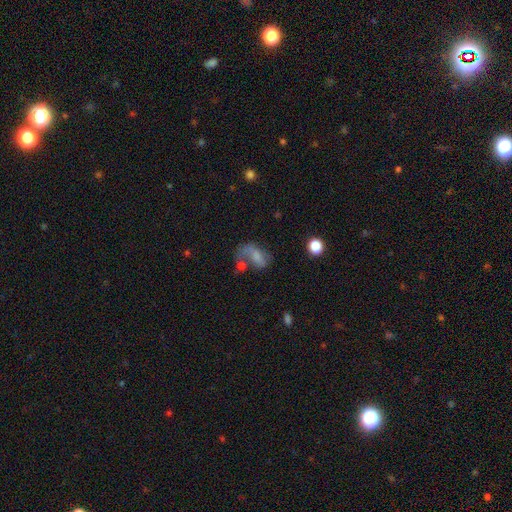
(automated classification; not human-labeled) Q: Smooth or featured?
A: smooth (53%); runner-up: featured or disk (35%)
Q: How rounded?
A: in between (84%); runner-up: round (12%)
Q: Merging?
A: major disturbance (31%); runner-up: none (28%)